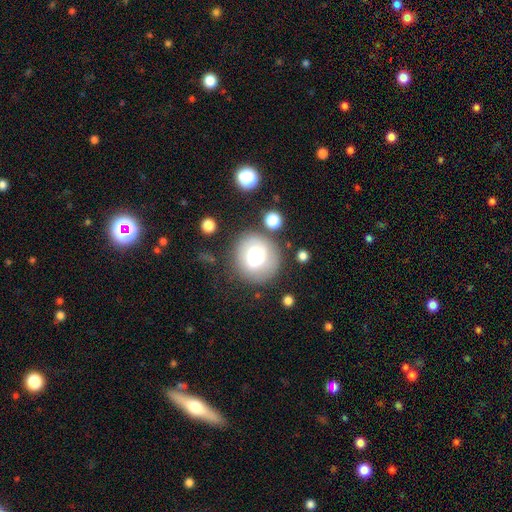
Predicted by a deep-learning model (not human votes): Morphology: type=smooth (63%); roundness=round (91%); merging=none (75%).